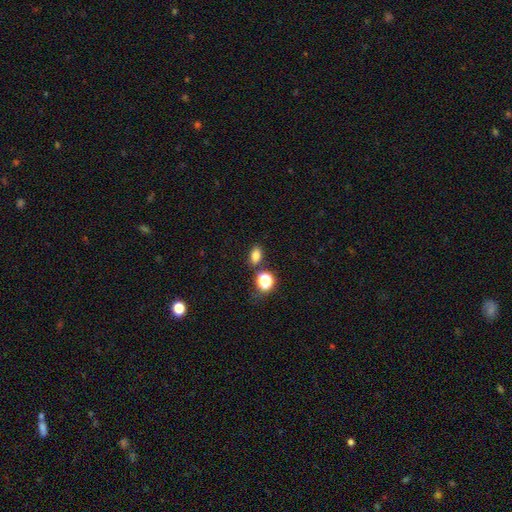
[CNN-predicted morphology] A smooth galaxy with no disk features (78%) that is in between round and cigar-shaped (78%).

Vote fractions:
- Smooth or featured? smooth: 78% / star or artifact: 16% / featured or disk: 6%
- How rounded? in between: 78% / round: 20% / cigar-shaped: 3%
- Merging? none: 78% / minor disturbance: 11% / merger: 9% / major disturbance: 3%